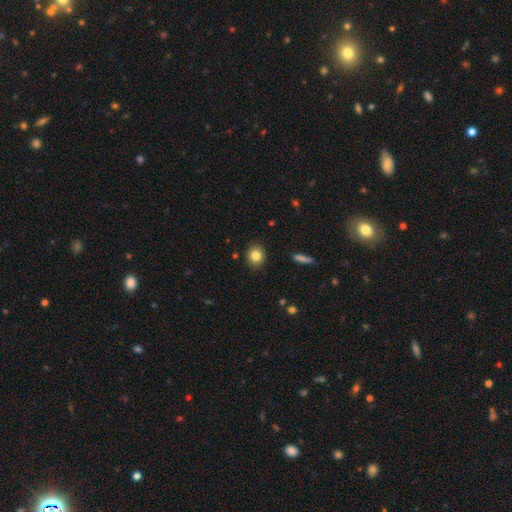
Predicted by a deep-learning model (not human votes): smooth_or_featured: smooth (p=0.83) [alt: star or artifact p=0.09]
how_rounded: round (p=0.66) [alt: in between p=0.33]
merging: none (p=0.90) [alt: minor disturbance p=0.07]